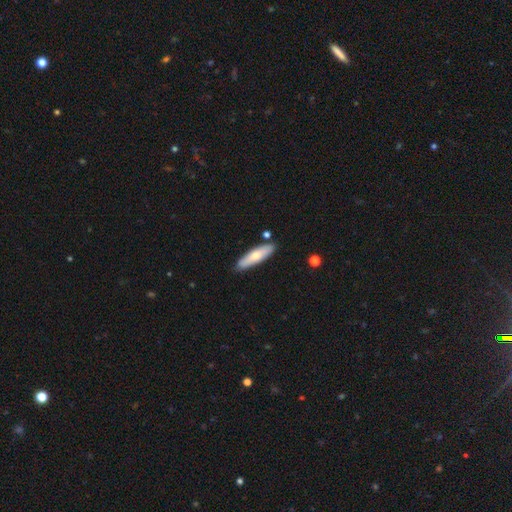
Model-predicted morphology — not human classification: This is likely a smooth galaxy (62%). How rounded: likely cigar-shaped (67%). Merging: clearly none (85%).